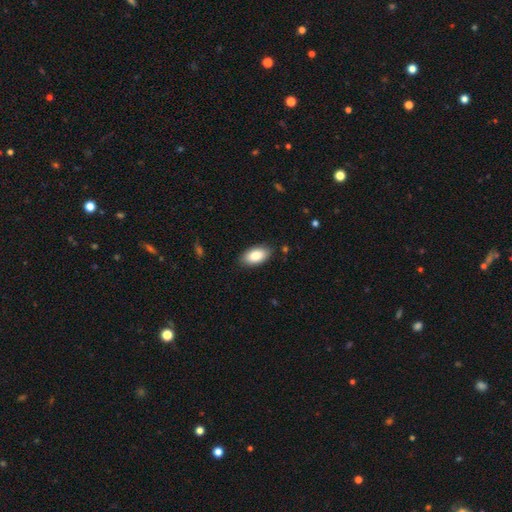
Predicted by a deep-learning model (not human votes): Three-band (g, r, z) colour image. It shows a smooth galaxy with no disk features (86%) that is in between round and cigar-shaped (94%). Merging: none (85%).